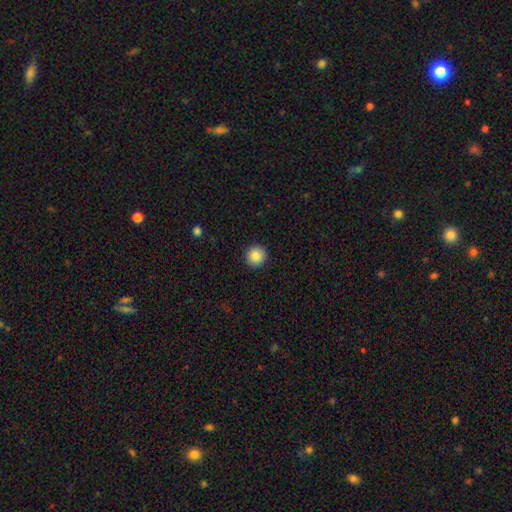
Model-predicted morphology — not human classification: Smooth or featured?
  - smooth: 87% *
  - star or artifact: 9%
  - featured or disk: 4%
How rounded?
  - round: 95% *
  - in between: 4%
  - cigar-shaped: 1%
Merging?
  - none: 93% *
  - minor disturbance: 5%
  - major disturbance: 1%
  - merger: 1%